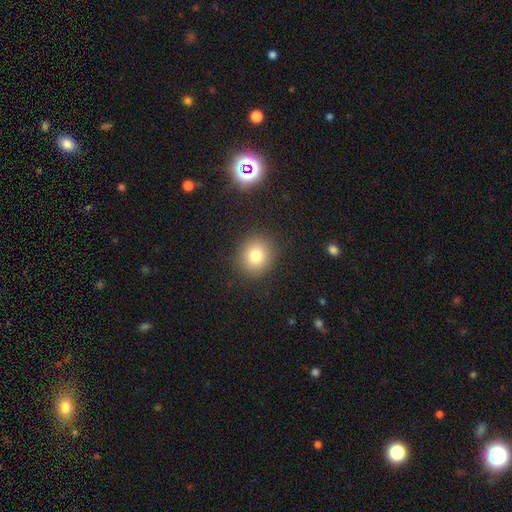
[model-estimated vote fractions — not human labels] Q: Smooth or featured?
A: smooth (79%); runner-up: star or artifact (12%)
Q: How rounded?
A: round (81%); runner-up: in between (18%)
Q: Merging?
A: none (88%); runner-up: minor disturbance (7%)